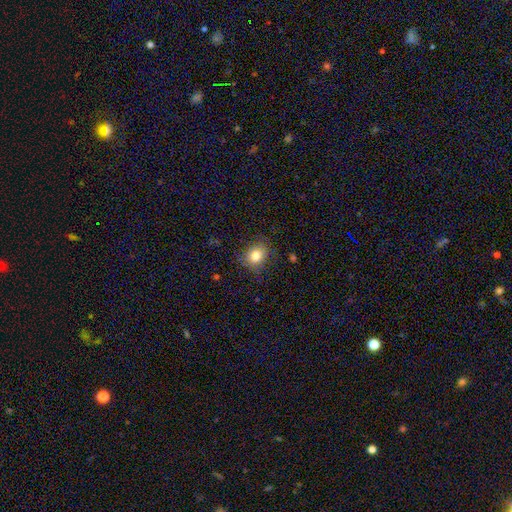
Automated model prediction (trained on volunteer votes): smooth-or-featured: smooth: 81% | star or artifact: 11% | featured or disk: 8%
  how-rounded: round: 65% | in between: 34% | cigar-shaped: 1%
  merging: none: 80% | minor disturbance: 15% | major disturbance: 4% | merger: 1%